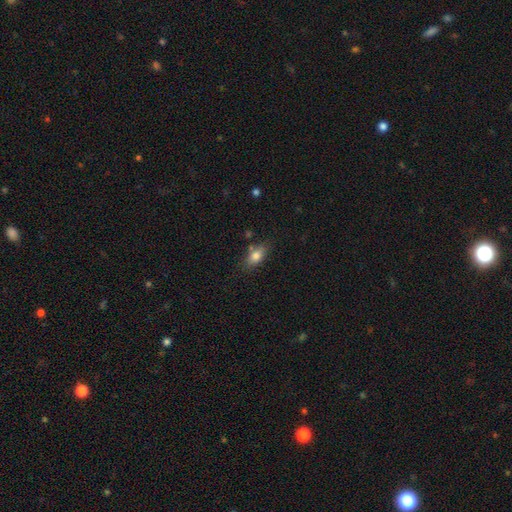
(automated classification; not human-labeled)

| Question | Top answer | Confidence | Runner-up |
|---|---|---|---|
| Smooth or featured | smooth | 80% | featured or disk (11%) |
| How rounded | in between | 84% | round (9%) |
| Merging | none | 73% | minor disturbance (16%) |